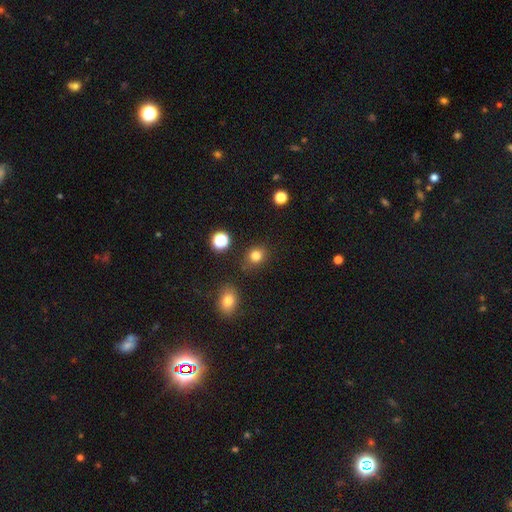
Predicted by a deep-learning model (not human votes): smooth_or_featured: smooth (p=0.79) [alt: star or artifact p=0.15]
how_rounded: round (p=0.68) [alt: in between p=0.31]
merging: none (p=0.82) [alt: minor disturbance p=0.11]